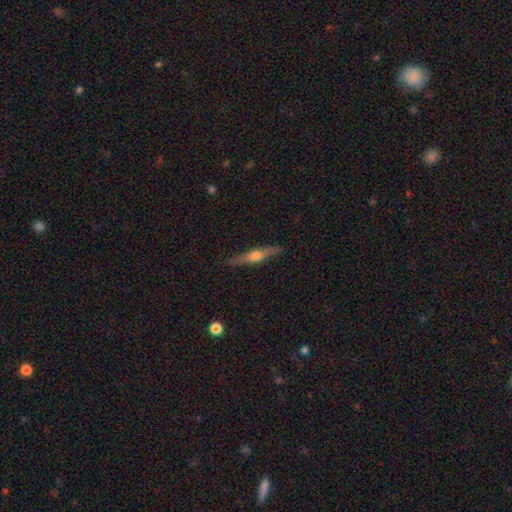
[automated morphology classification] Smooth or featured? featured or disk (66%)
Edge-on disk? yes (97%)
Edge-on bulge? rounded (93%)
Merging? none (88%)